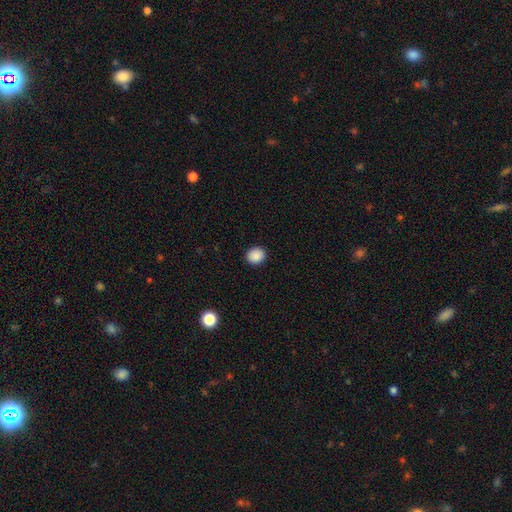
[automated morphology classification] Q: Smooth or featured?
A: smooth (89%); runner-up: star or artifact (9%)
Q: How rounded?
A: round (75%); runner-up: in between (24%)
Q: Merging?
A: none (92%); runner-up: minor disturbance (6%)